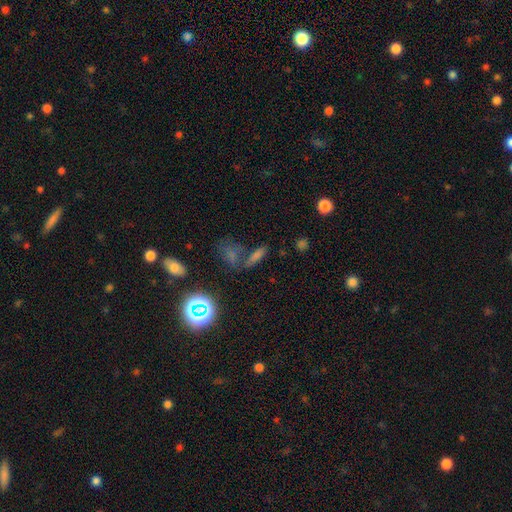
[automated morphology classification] Smooth or featured? smooth (56%)
How rounded? in between (47%)
Merging? none (53%)